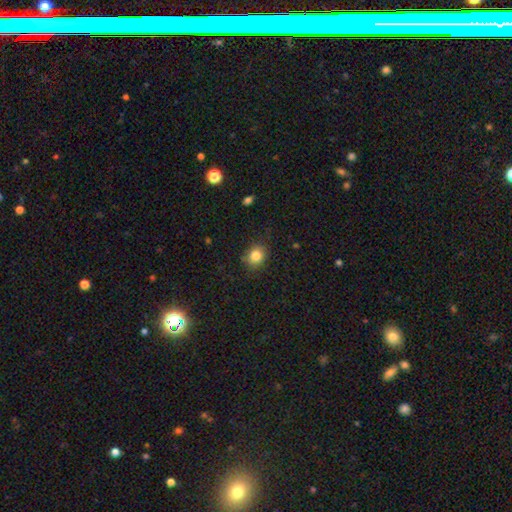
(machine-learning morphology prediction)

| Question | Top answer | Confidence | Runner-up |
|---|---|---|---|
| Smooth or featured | smooth | 83% | star or artifact (11%) |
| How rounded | round | 67% | in between (32%) |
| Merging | none | 83% | minor disturbance (13%) |